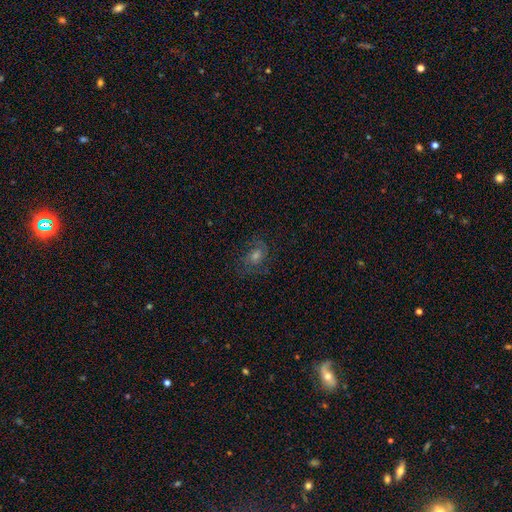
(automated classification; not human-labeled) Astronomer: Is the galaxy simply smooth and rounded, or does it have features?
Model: featured or disk — 53%.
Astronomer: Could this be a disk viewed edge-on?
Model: no — 96%.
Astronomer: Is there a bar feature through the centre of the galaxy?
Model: no — 64%.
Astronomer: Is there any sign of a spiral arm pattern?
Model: yes — 87%.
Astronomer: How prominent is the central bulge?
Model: moderate — 54%.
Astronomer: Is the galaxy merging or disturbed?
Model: none — 74%.